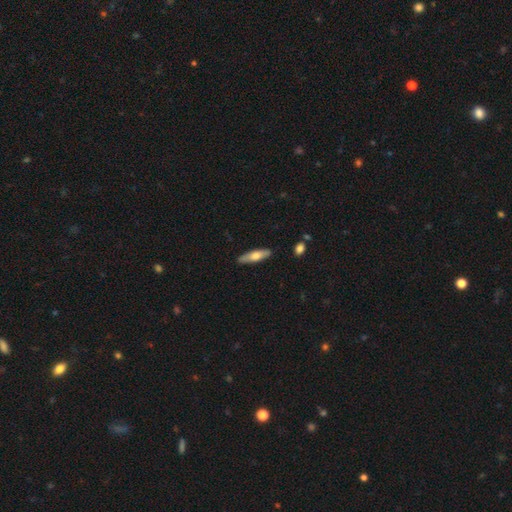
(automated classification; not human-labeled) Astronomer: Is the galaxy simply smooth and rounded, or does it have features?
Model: smooth — 60%.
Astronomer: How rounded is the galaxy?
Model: cigar-shaped — 63%.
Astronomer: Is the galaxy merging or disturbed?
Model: none — 86%.